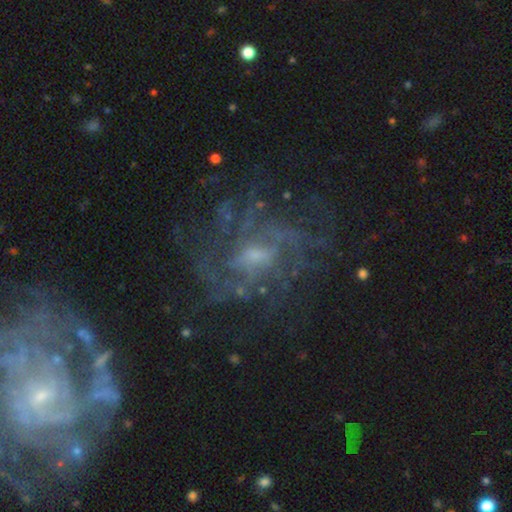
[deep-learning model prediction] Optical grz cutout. It shows a featured or disk galaxy (81%) with no bar (46%), tight (41%) spiral arms (84%) and a small central bulge (52%). Merging: none (64%).